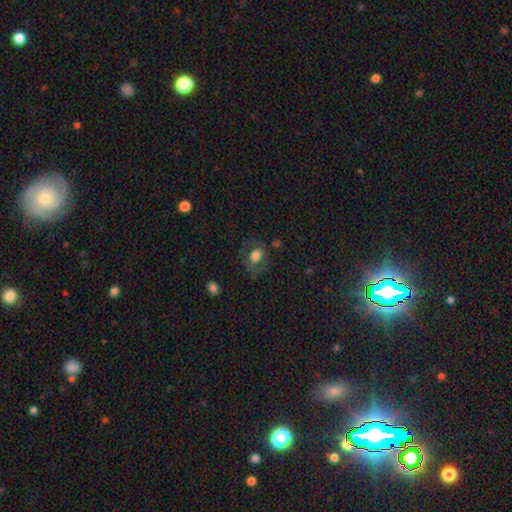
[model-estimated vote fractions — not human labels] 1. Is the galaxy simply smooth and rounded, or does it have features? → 56% smooth, 34% featured or disk, 10% star or artifact.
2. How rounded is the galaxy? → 62% in between, 37% round, 1% cigar-shaped.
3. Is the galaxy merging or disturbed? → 63% none, 19% minor disturbance, 16% major disturbance, 2% merger.